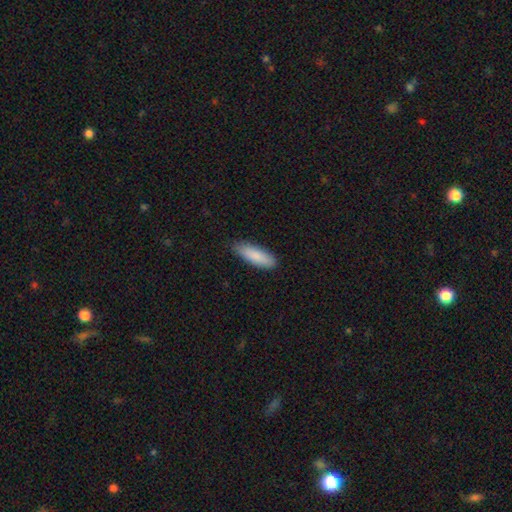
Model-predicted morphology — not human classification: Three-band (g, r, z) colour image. It shows a smooth galaxy with no disk features (87%) that is in between round and cigar-shaped (57%). Merging: none (82%).